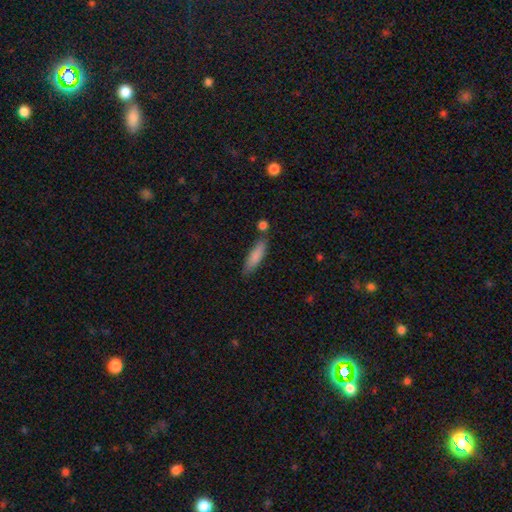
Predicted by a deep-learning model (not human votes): Smooth or featured?
  - smooth: 82% *
  - featured or disk: 12%
  - star or artifact: 6%
How rounded?
  - cigar-shaped: 66% *
  - in between: 32%
  - round: 2%
Merging?
  - none: 75% *
  - minor disturbance: 14%
  - merger: 8%
  - major disturbance: 3%